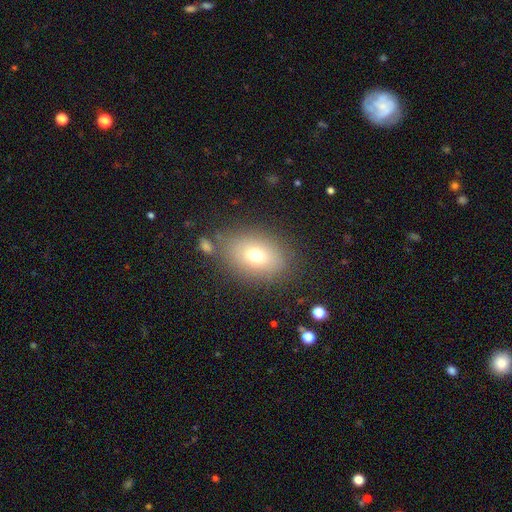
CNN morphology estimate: Smooth or featured? smooth (71%)
How rounded? in between (73%)
Merging? none (79%)